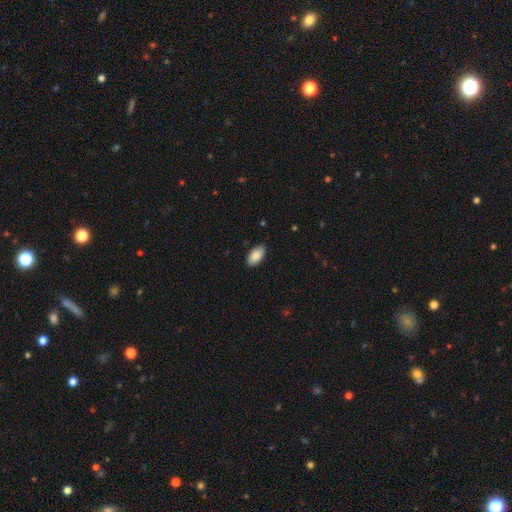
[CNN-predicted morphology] Smooth or featured: smooth — 87% (star or artifact — 7%)
How rounded: in between — 95% (round — 3%)
Merging: none — 85% (minor disturbance — 12%)